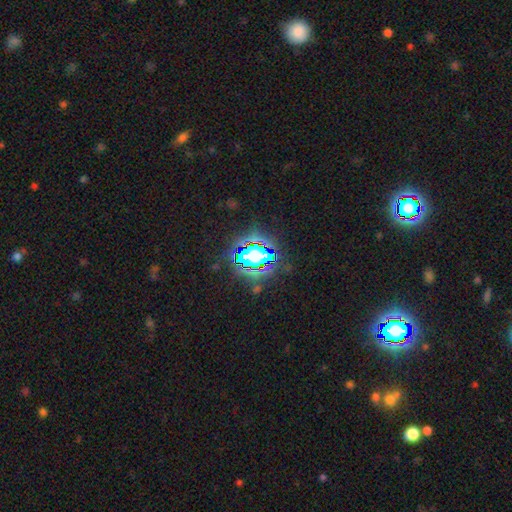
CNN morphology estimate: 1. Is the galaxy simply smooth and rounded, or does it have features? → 66% star or artifact, 21% smooth, 13% featured or disk.